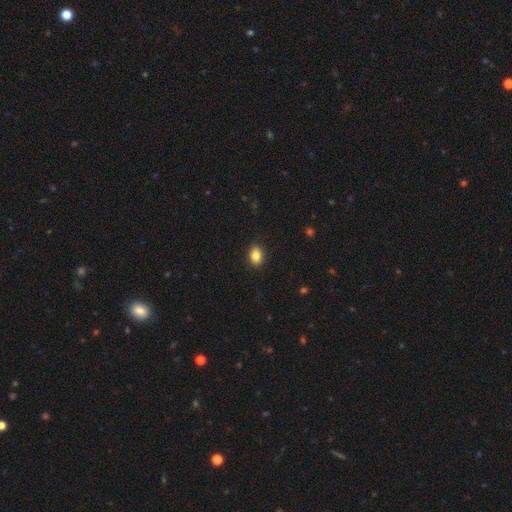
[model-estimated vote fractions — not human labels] smooth-or-featured: smooth: 85% | star or artifact: 9% | featured or disk: 6%
  how-rounded: in between: 78% | round: 20% | cigar-shaped: 1%
  merging: none: 90% | minor disturbance: 8% | major disturbance: 2% | merger: 1%